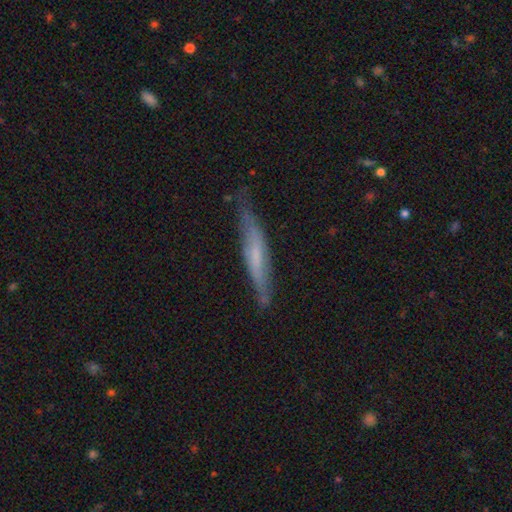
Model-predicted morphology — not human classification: A featured or disk galaxy (51%) viewed edge-on (80%).

Vote fractions:
- Smooth or featured? featured or disk: 51% / smooth: 43% / star or artifact: 6%
- Edge-on disk? yes: 80% / no: 20%
- Merging? none: 71% / minor disturbance: 22% / major disturbance: 5% / merger: 2%